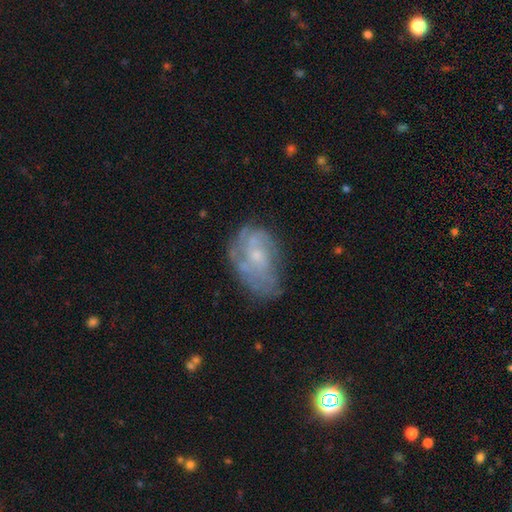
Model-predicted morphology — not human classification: The model was most divided on "merging": none: 55%, minor disturbance: 27%, major disturbance: 15%, merger: 3%. More confident: edge-on disk — no (96%); bar — no (72%); spiral arms — yes (70%); bulge size — small (67%); smooth or featured — featured or disk (63%).